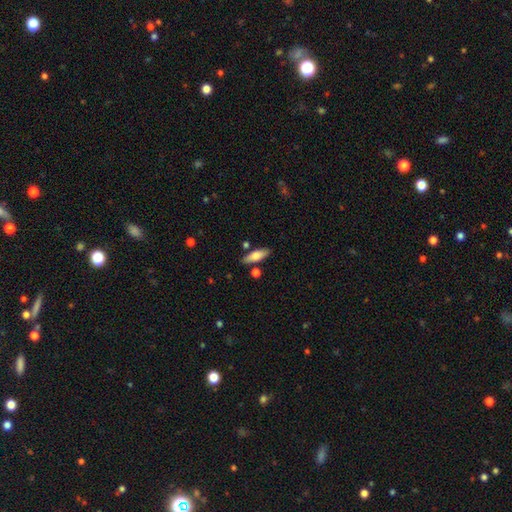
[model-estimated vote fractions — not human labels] Morphology: type=smooth (72%); roundness=in between (55%); merging=none (81%).